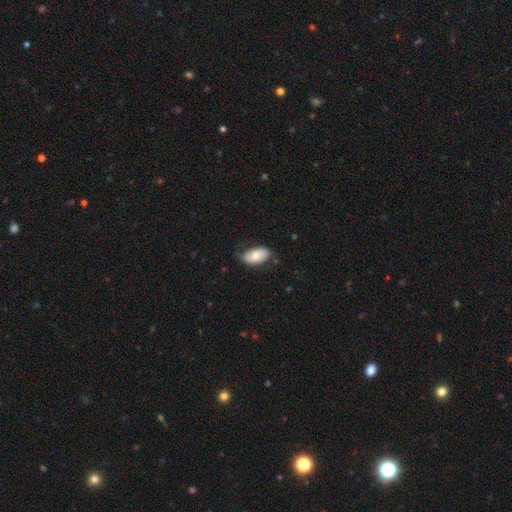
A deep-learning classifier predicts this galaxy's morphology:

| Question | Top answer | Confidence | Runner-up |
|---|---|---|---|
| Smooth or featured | smooth | 67% | featured or disk (27%) |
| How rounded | in between | 94% | round (4%) |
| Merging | none | 72% | minor disturbance (22%) |